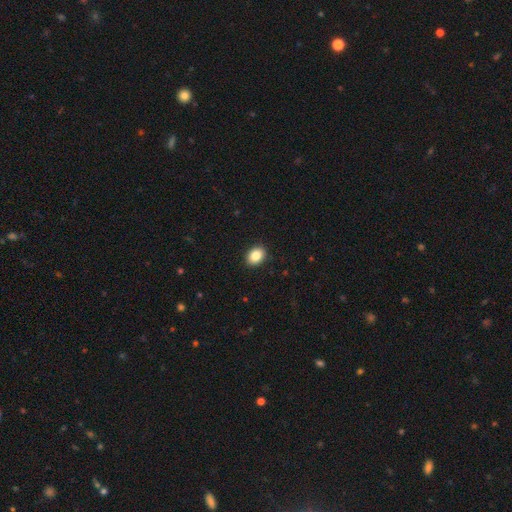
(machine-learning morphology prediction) Overall: smooth (86%). How rounded: in between (69%; round 30%). Merging: none (91%).